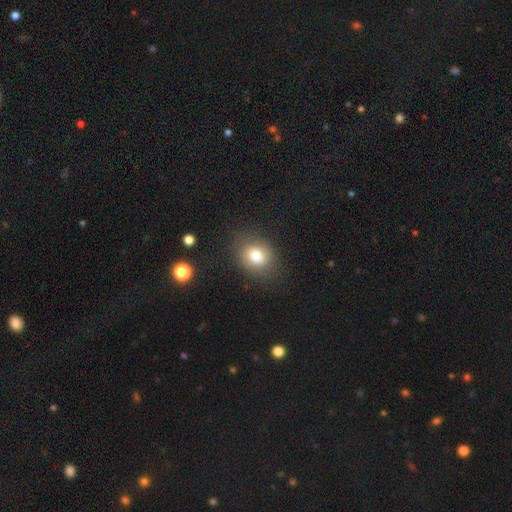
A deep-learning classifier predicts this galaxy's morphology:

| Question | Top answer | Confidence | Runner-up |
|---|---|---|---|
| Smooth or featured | smooth | 81% | star or artifact (10%) |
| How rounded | in between | 51% | round (48%) |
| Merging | none | 80% | minor disturbance (13%) |